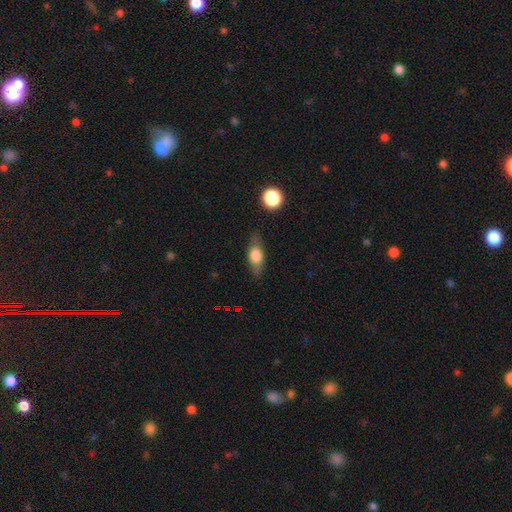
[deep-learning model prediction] Overall: smooth (57%; featured or disk 35%). How rounded: in between (63%; cigar-shaped 26%). Merging: none (79%).